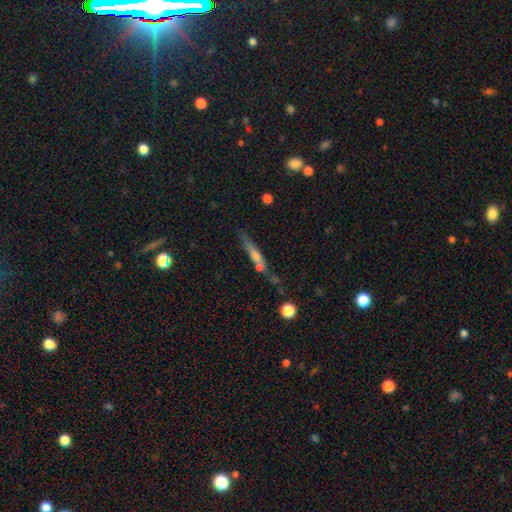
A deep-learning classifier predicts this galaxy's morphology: Smooth or featured? Predicted: featured or disk (p=0.47). Merging? Predicted: none (p=0.58).